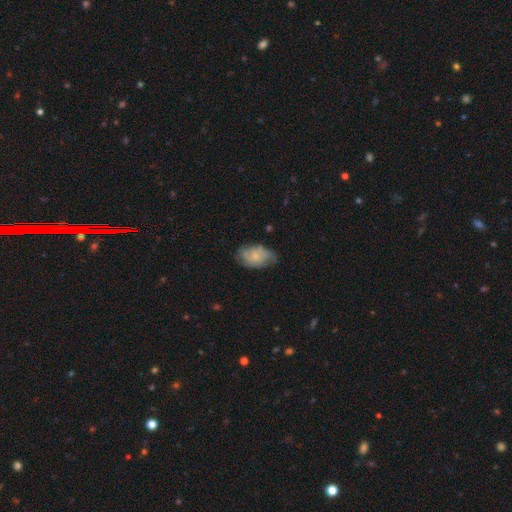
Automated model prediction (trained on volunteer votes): smooth-or-featured: smooth: 47% | featured or disk: 45% | star or artifact: 8%
  merging: none: 59% | minor disturbance: 30% | major disturbance: 10% | merger: 2%